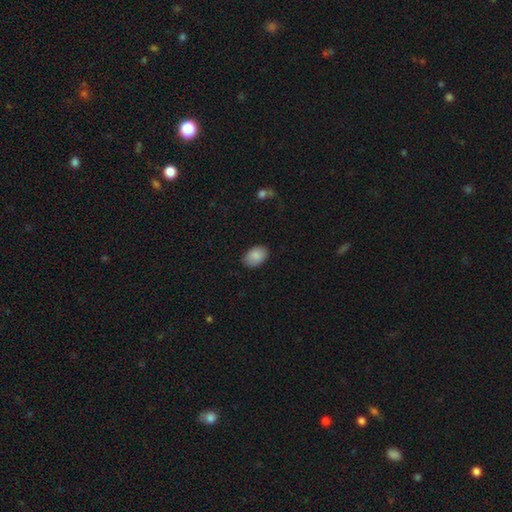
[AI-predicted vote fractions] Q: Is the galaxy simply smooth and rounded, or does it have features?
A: smooth — 87%.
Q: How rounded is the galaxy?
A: in between — 87%.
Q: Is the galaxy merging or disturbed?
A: none — 84%.